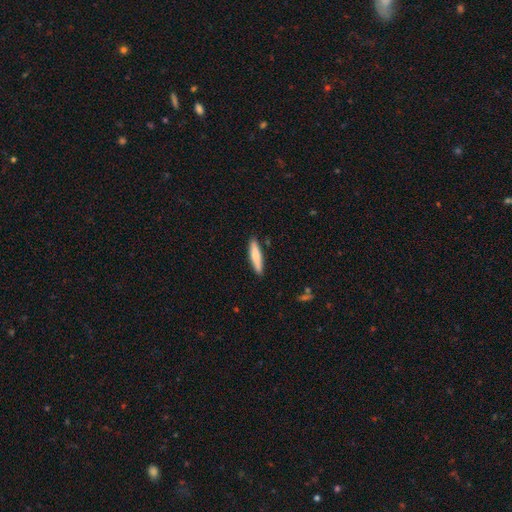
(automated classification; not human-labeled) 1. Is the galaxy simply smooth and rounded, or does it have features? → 73% smooth, 22% featured or disk, 5% star or artifact.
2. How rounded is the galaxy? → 84% cigar-shaped, 15% in between, 1% round.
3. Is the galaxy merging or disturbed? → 89% none, 8% minor disturbance, 2% major disturbance, 1% merger.